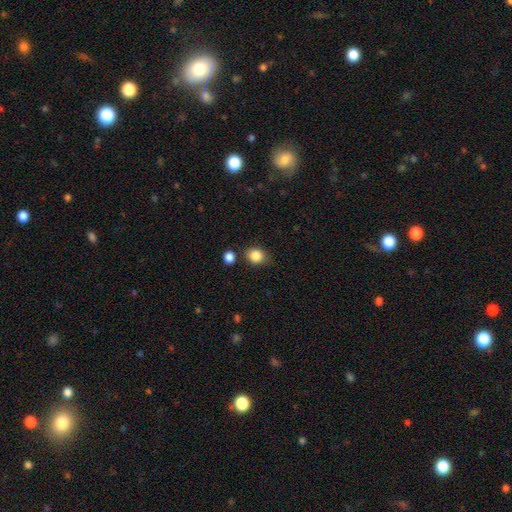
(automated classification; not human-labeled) Smooth or featured?
  - smooth: 86% *
  - star or artifact: 10%
  - featured or disk: 5%
How rounded?
  - round: 61% *
  - in between: 38%
  - cigar-shaped: 1%
Merging?
  - none: 75% *
  - minor disturbance: 14%
  - merger: 7%
  - major disturbance: 4%